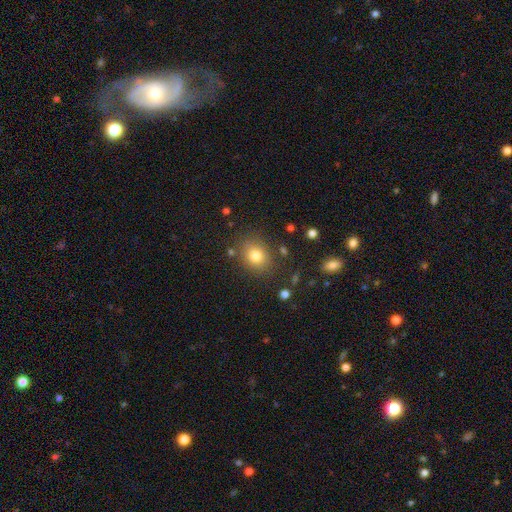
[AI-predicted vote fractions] Overall: smooth (79%). How rounded: round (61%; in between 38%). Merging: none (81%).